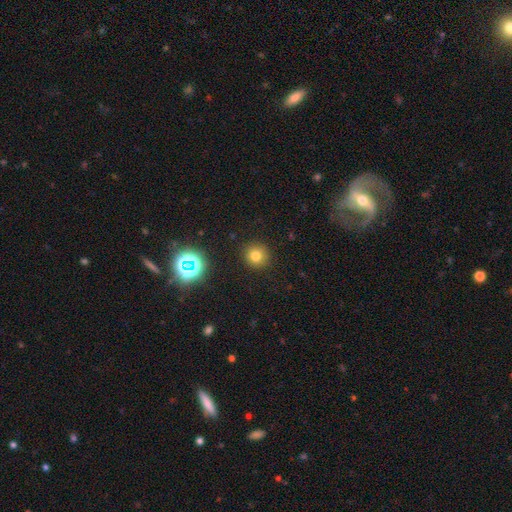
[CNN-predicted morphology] A smooth galaxy with no disk features (75%) that is round (93%). Merging: none (90%).